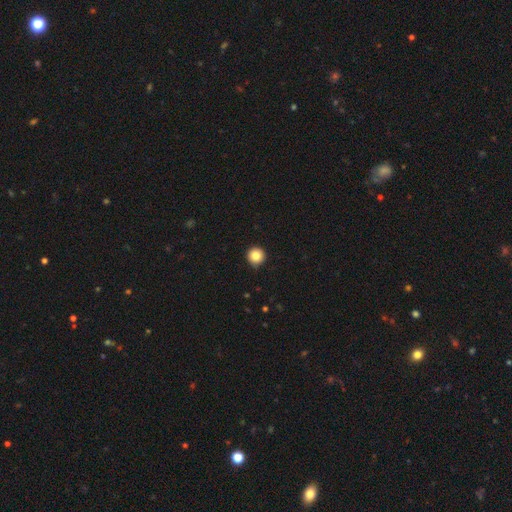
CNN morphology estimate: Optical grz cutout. It shows a smooth galaxy with no disk features (84%) that is round (96%). Merging: none (92%).